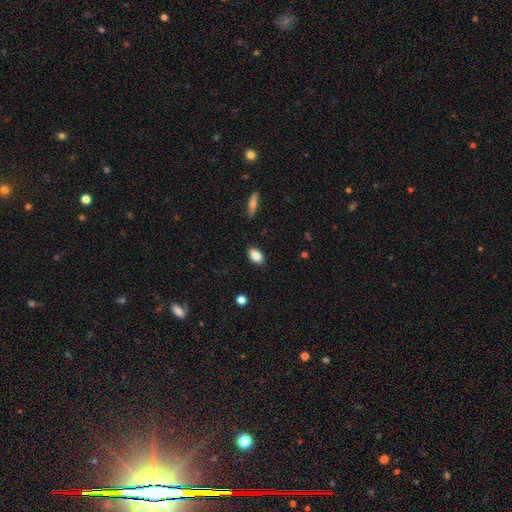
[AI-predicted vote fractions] This is clearly a smooth galaxy (84%). How rounded: clearly in between (91%). Merging: clearly none (86%).